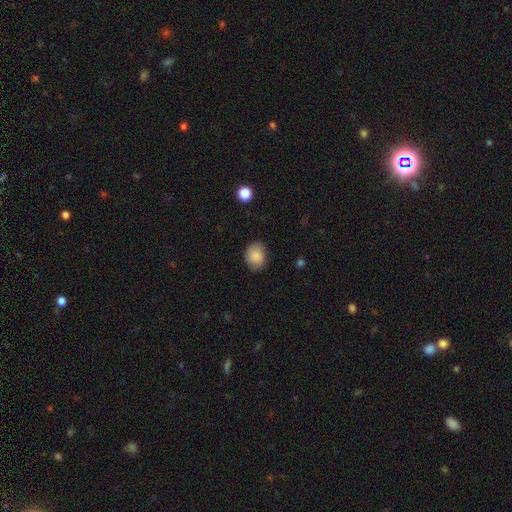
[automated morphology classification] smooth_or_featured: smooth (p=0.87) [alt: star or artifact p=0.08]
how_rounded: in between (p=0.55) [alt: round p=0.44]
merging: none (p=0.82) [alt: minor disturbance p=0.14]